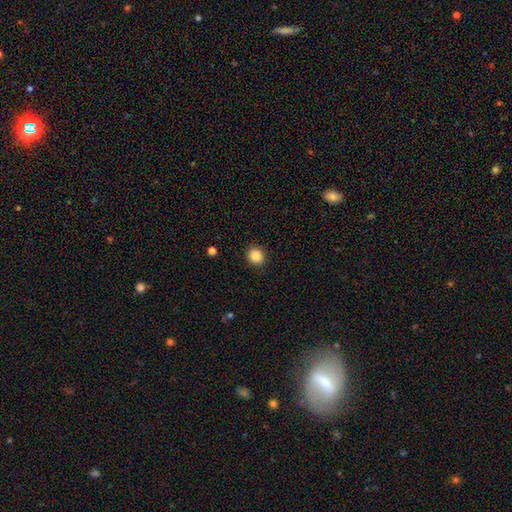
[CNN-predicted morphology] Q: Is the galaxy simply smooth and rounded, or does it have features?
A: smooth — 85%.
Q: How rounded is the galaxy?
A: round — 84%.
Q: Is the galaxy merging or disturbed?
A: none — 91%.